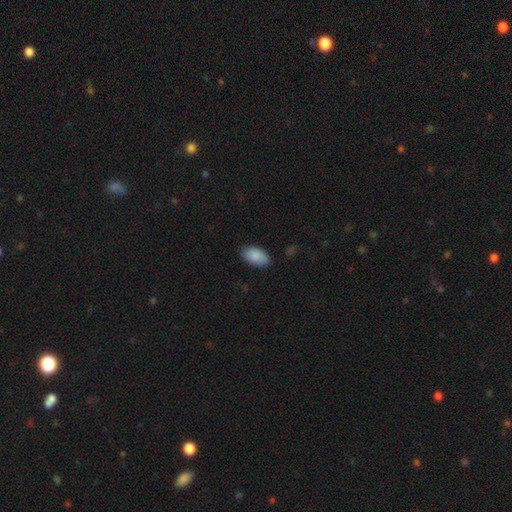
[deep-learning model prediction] Q: Smooth or featured?
A: smooth (89%); runner-up: star or artifact (6%)
Q: How rounded?
A: in between (95%); runner-up: round (3%)
Q: Merging?
A: none (85%); runner-up: minor disturbance (12%)